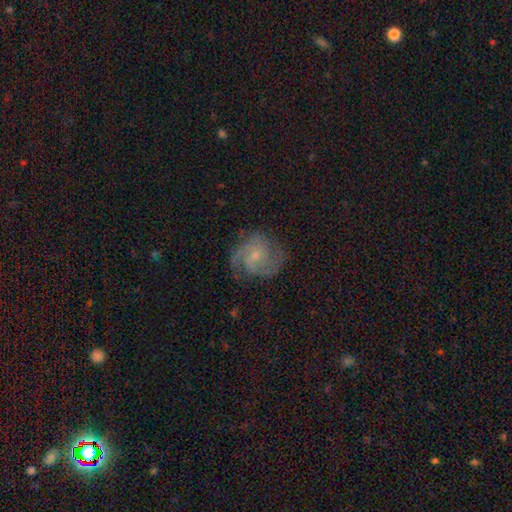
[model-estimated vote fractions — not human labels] The model was most divided on "spiral arm count": 2: 37%, 3: 31%, can't tell: 14%, 4: 6%, 1: 6%, more than 4: 5%. Remaining: edge-on disk — no (98%); spiral arms — yes (96%); smooth or featured — featured or disk (83%); bulge size — small (74%); merging — none (72%); bar — no (64%); spiral winding — medium (49%).